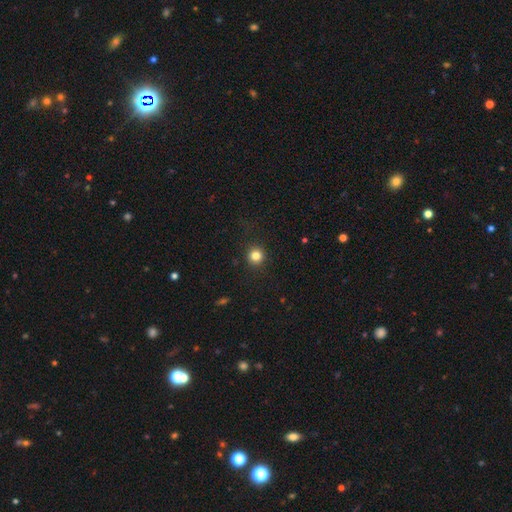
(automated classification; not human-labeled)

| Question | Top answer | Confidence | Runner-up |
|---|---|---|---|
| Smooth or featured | smooth | 83% | star or artifact (12%) |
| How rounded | round | 93% | in between (6%) |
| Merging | none | 91% | minor disturbance (6%) |